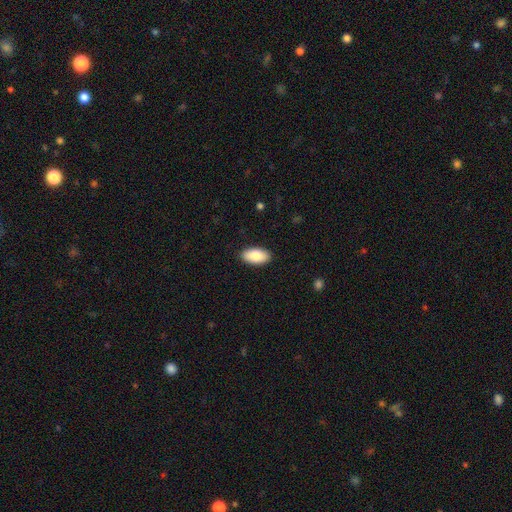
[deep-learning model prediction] smooth 83%, featured or disk 11%, star or artifact 6%. Down the decision tree: how rounded — in between (94%); merging — none (90%).